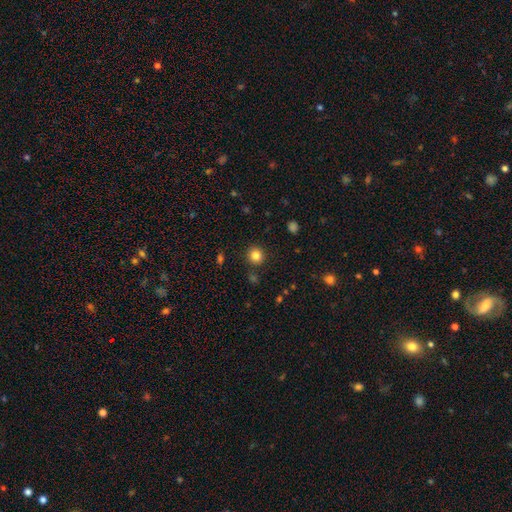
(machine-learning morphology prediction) Smooth or featured?
  - smooth: 83% *
  - star or artifact: 12%
  - featured or disk: 5%
How rounded?
  - round: 91% *
  - in between: 8%
  - cigar-shaped: 1%
Merging?
  - none: 89% *
  - minor disturbance: 6%
  - merger: 3%
  - major disturbance: 2%